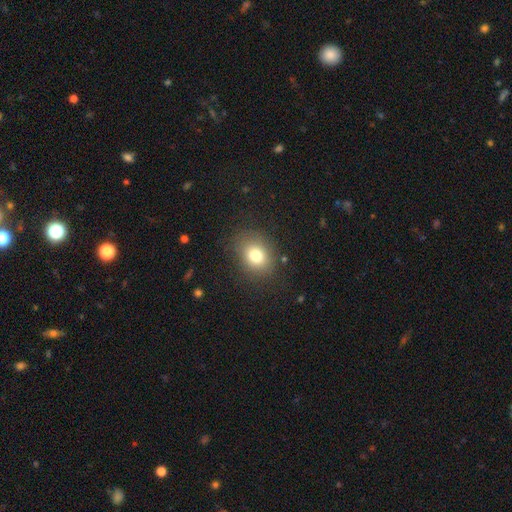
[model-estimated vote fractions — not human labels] This is likely a smooth galaxy (79%). How rounded: possibly in between (53%). Merging: clearly none (81%).